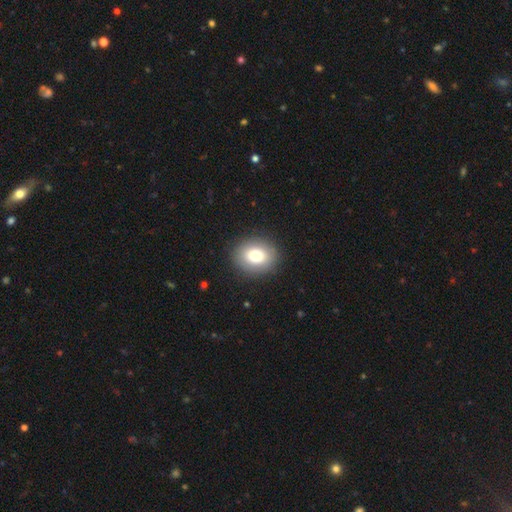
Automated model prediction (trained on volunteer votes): Smooth or featured? Predicted: smooth (p=0.77). How rounded? Predicted: round (p=0.63). Merging? Predicted: none (p=0.90).